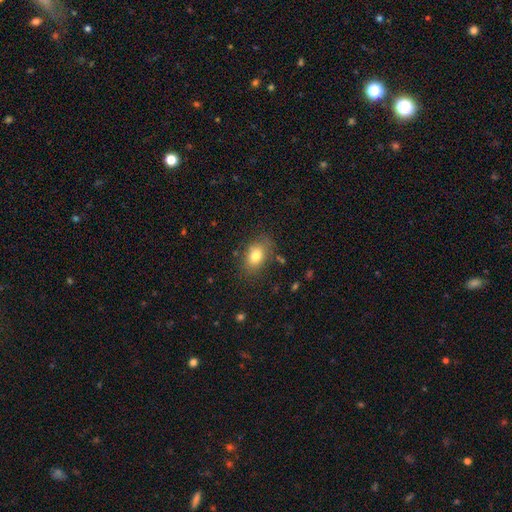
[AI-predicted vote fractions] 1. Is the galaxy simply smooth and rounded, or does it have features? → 78% smooth, 12% featured or disk, 10% star or artifact.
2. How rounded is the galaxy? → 76% in between, 23% round, 1% cigar-shaped.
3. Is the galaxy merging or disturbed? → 77% none, 16% minor disturbance, 5% major disturbance, 2% merger.